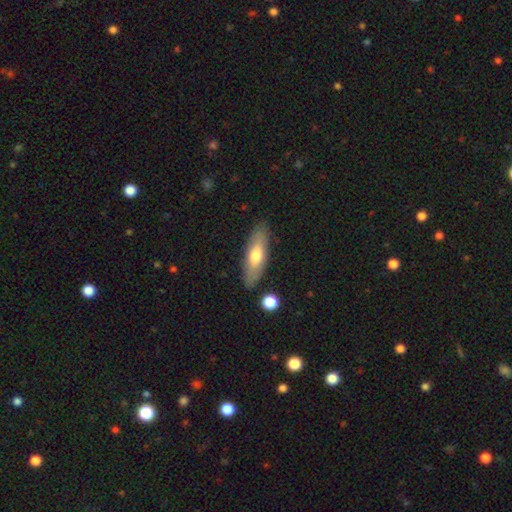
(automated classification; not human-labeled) This is likely a smooth galaxy (63%). How rounded: possibly in between (52%). Merging: clearly none (83%).